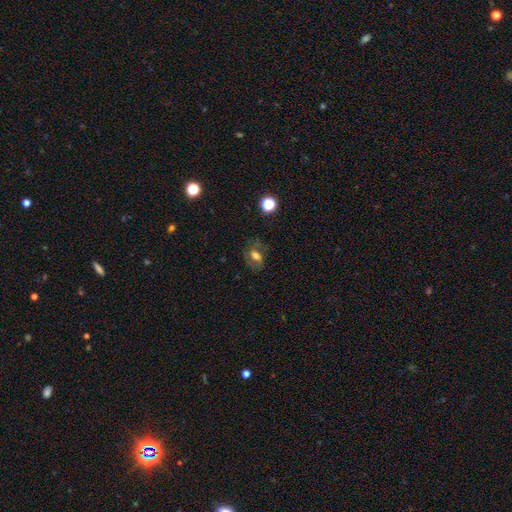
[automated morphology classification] Smooth or featured? Predicted: smooth (p=0.49). Merging? Predicted: none (p=0.66).